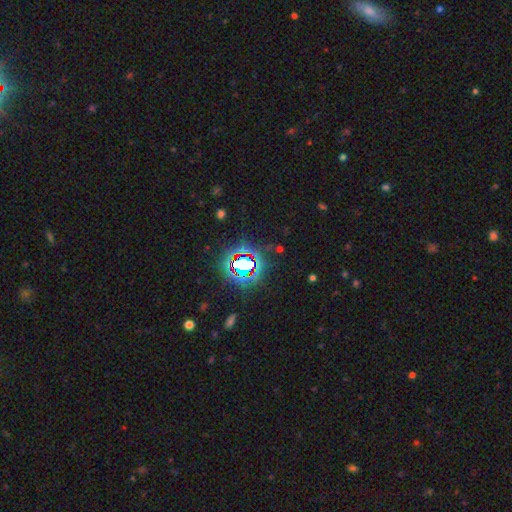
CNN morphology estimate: Smooth or featured: star or artifact — 82% (smooth — 10%)